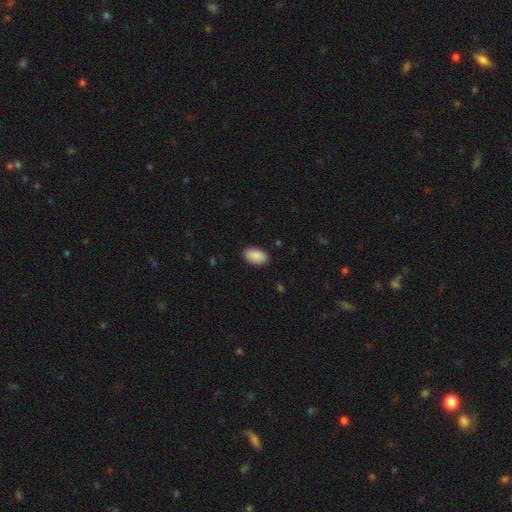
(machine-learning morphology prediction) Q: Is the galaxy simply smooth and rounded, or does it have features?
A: smooth — 91%.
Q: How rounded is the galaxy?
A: in between — 94%.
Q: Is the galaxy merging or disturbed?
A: none — 88%.